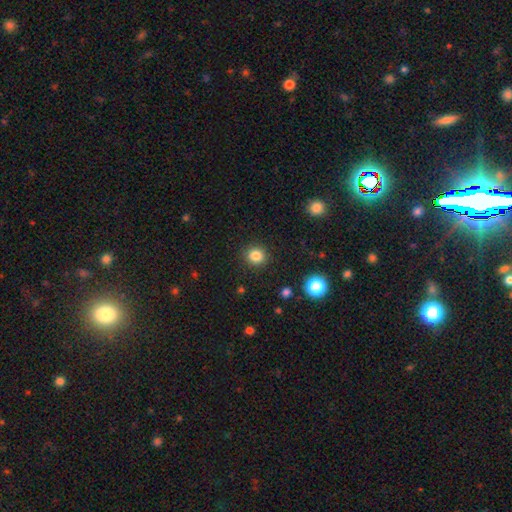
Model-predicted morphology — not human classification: Smooth or featured: smooth — 83% (star or artifact — 12%)
How rounded: round — 90% (in between — 9%)
Merging: none — 91% (minor disturbance — 6%)